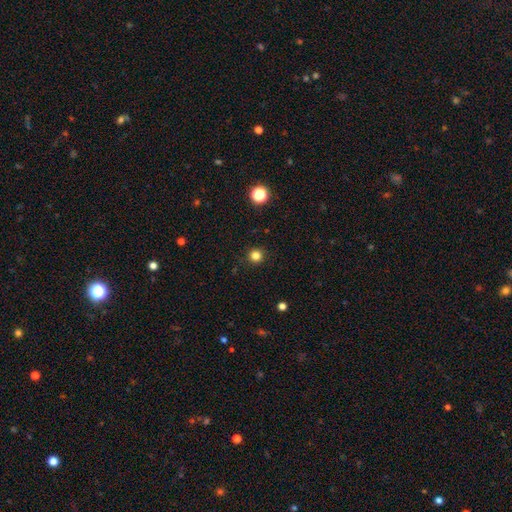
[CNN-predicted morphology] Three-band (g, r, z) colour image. It shows a smooth galaxy with no disk features (82%) that is round (95%). Merging: none (91%).